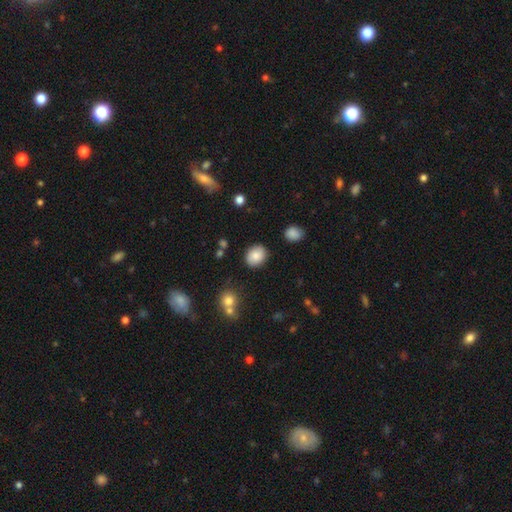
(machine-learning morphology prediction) Overall: smooth (83%). How rounded: in between (50%; round 49%). Merging: none (86%).